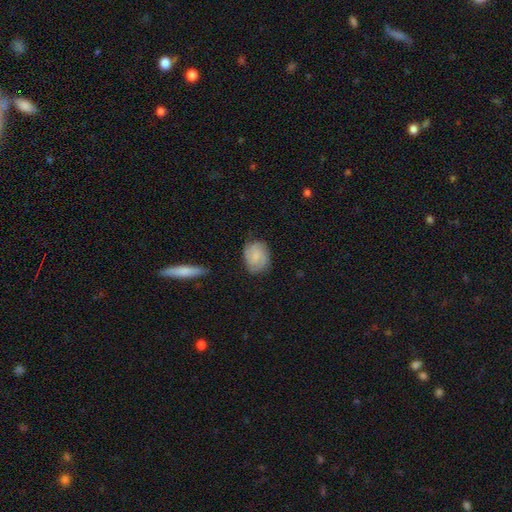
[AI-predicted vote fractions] featured or disk 46% (tied), smooth 46% (tied), star or artifact 8%. Down the decision tree: merging — none (73%).